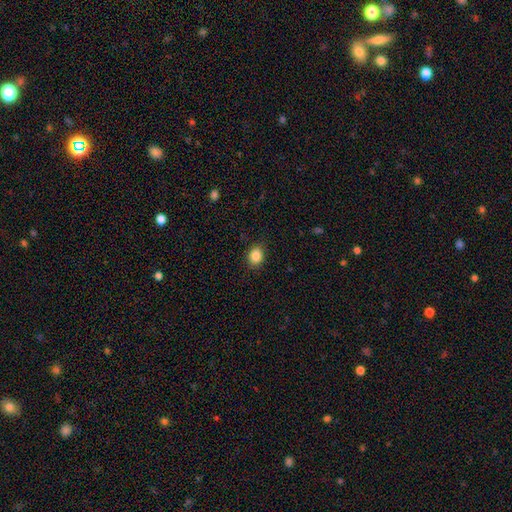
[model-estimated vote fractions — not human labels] Overall: smooth (87%). How rounded: in between (53%; round 46%). Merging: none (87%).